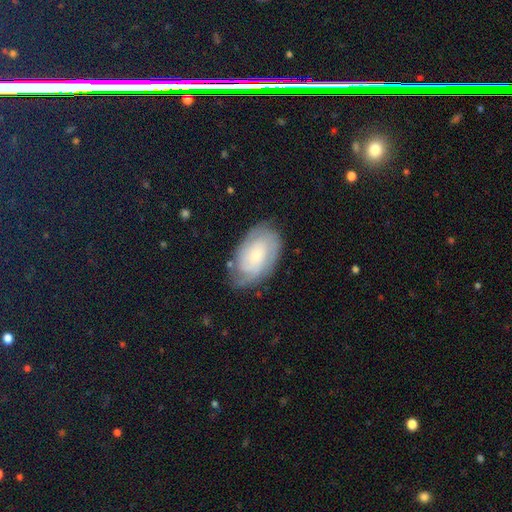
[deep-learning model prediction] This appears to be a featured or disk galaxy (70%) with no bar (73%), 2 (38%) tight (63%) spiral arms (92%) and a small central bulge (63%). Merging: none (73%).